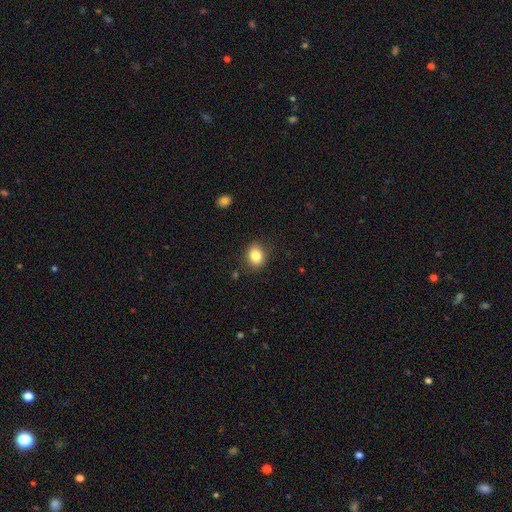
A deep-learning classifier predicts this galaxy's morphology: Overall: smooth (84%). How rounded: round (50%; in between 49%). Merging: none (85%).